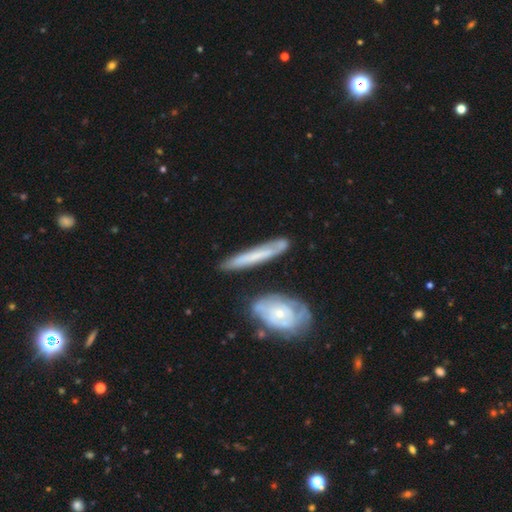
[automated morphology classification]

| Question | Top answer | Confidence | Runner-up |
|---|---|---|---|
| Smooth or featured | featured or disk | 48% | smooth (46%) |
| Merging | none | 75% | minor disturbance (15%) |